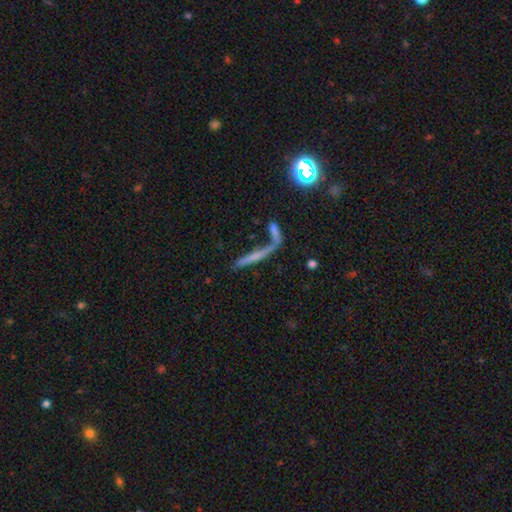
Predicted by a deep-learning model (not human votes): featured or disk 45%, smooth 38%, star or artifact 16%. Down the decision tree: merging — none (42%).